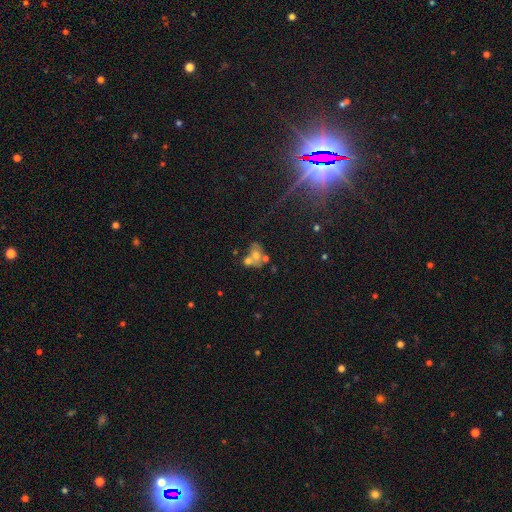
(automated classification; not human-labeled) The model was most divided on "how rounded": in between: 57%, round: 42%, cigar-shaped: 2%. More confident: merging — merger (57%); smooth or featured — smooth (50%).